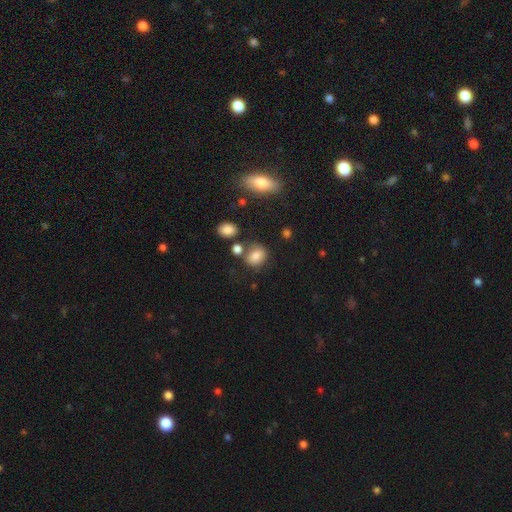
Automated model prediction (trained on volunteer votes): Q: Smooth or featured?
A: smooth (80%); runner-up: star or artifact (12%)
Q: How rounded?
A: round (55%); runner-up: in between (43%)
Q: Merging?
A: none (65%); runner-up: minor disturbance (17%)